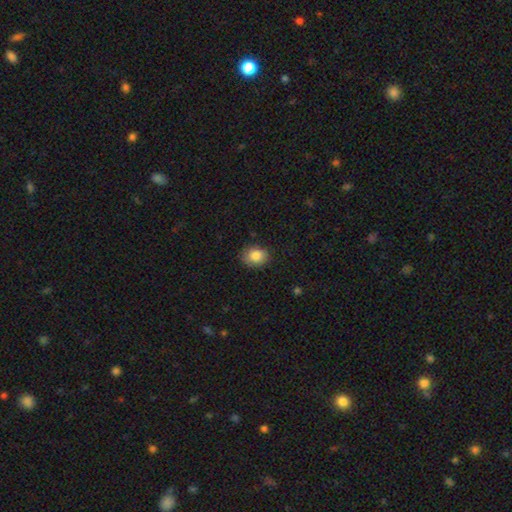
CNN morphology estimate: type=smooth (85%); roundness=in between (53%); merging=none (84%).